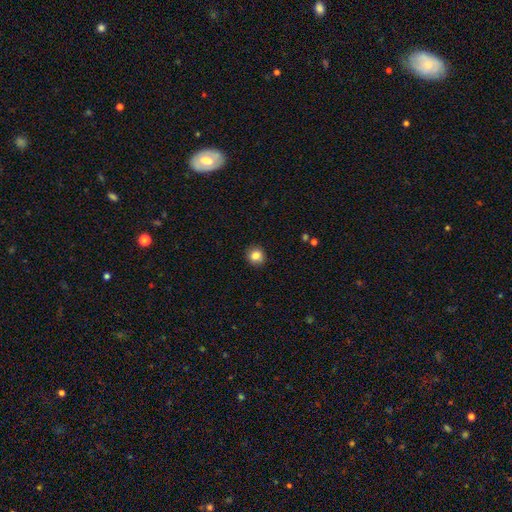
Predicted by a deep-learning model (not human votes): A smooth galaxy with no disk features (84%) that is round (89%).

Vote fractions:
- Smooth or featured? smooth: 84% / star or artifact: 10% / featured or disk: 6%
- How rounded? round: 89% / in between: 10% / cigar-shaped: 1%
- Merging? none: 91% / minor disturbance: 6% / major disturbance: 2% / merger: 1%